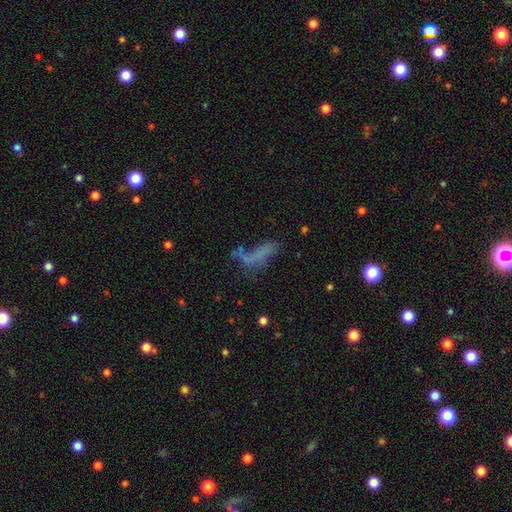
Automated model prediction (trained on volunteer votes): Smooth or featured?
  - smooth: 51% *
  - featured or disk: 30%
  - star or artifact: 19%
How rounded?
  - cigar-shaped: 48% *
  - in between: 47%
  - round: 6%
Merging?
  - major disturbance: 35% *
  - none: 33%
  - minor disturbance: 18%
  - merger: 14%